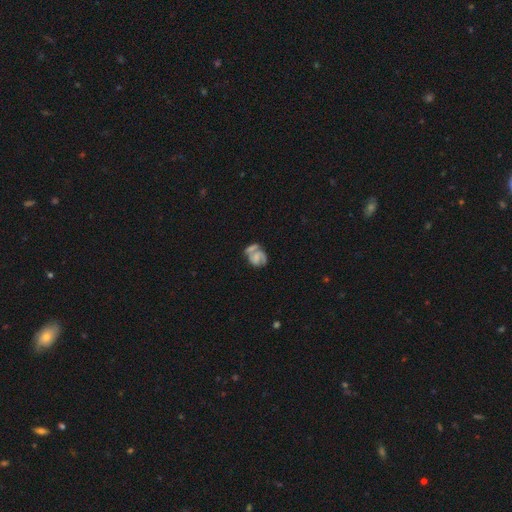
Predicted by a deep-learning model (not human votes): Smooth or featured? Predicted: featured or disk (p=0.60). Edge-on disk? Predicted: no (p=0.97). Bar? Predicted: no (p=0.65). Spiral arms? Predicted: yes (p=0.76). Bulge size? Predicted: none (p=0.41). Merging? Predicted: none (p=0.35).